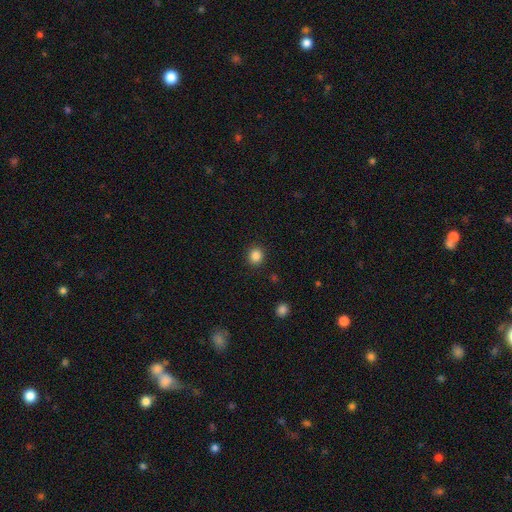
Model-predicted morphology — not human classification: This appears to be a smooth galaxy with no disk features (86%) that is round (86%). Merging: none (91%).